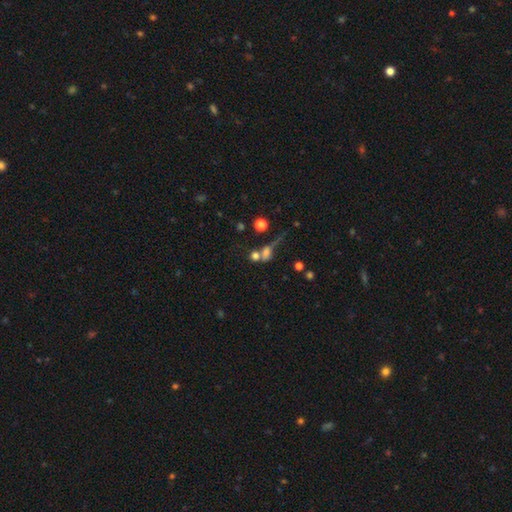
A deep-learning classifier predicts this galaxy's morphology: smooth_or_featured: smooth (p=0.64) [alt: featured or disk p=0.18]
how_rounded: round (p=0.58) [alt: in between p=0.36]
merging: merger (p=0.49) [alt: none p=0.29]